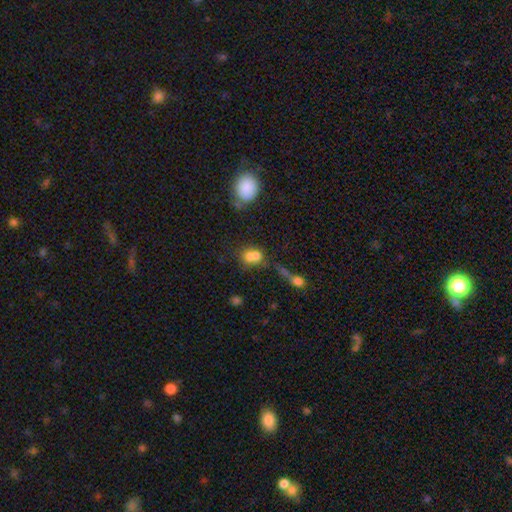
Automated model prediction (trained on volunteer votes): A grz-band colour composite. It shows a smooth galaxy with no disk features (70%) that is round (49%, tied with in between). Merging: merger (54%).